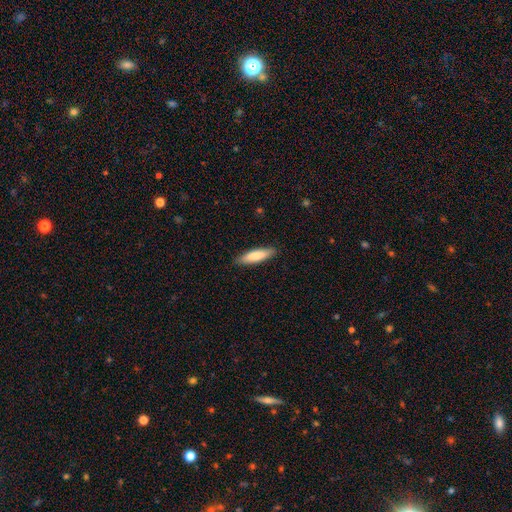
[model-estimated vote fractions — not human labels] A smooth galaxy with no disk features (83%) that is cigar-shaped (70%). Merging: none (88%).